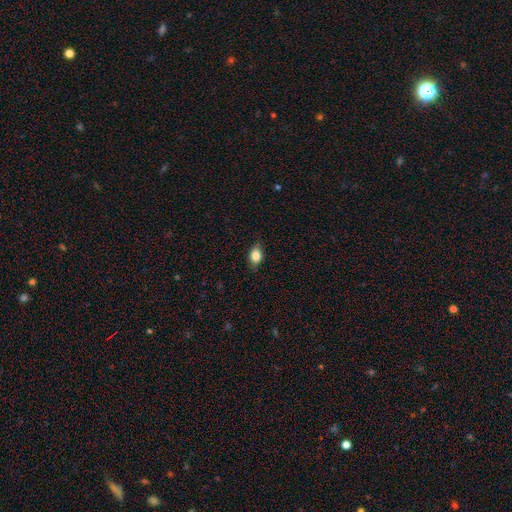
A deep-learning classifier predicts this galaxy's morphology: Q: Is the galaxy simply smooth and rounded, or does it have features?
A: smooth — 82%.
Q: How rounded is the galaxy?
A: in between — 75%.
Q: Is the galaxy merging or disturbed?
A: none — 83%.